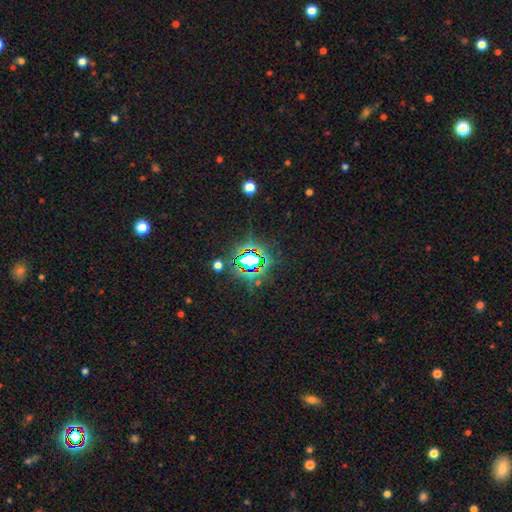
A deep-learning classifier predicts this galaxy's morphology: This is likely a star or artifact rather than a galaxy (78%).